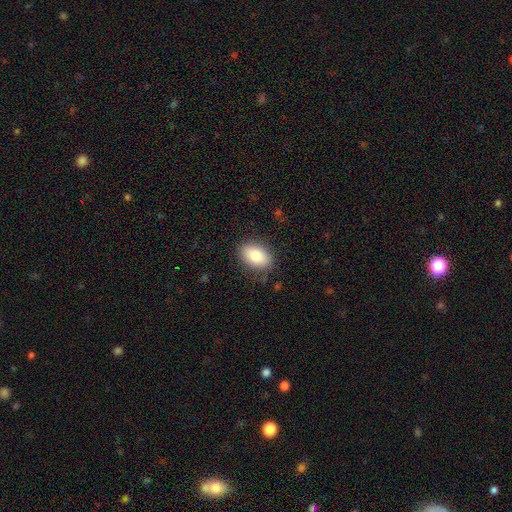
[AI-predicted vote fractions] Q: Smooth or featured?
A: smooth (86%); runner-up: featured or disk (8%)
Q: How rounded?
A: in between (90%); runner-up: round (8%)
Q: Merging?
A: none (84%); runner-up: minor disturbance (11%)